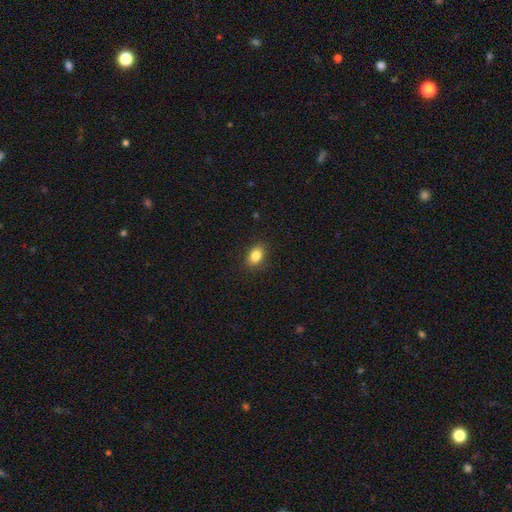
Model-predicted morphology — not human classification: Smooth or featured?
  - smooth: 85% *
  - star or artifact: 9%
  - featured or disk: 6%
How rounded?
  - in between: 78% *
  - round: 20%
  - cigar-shaped: 2%
Merging?
  - none: 87% *
  - minor disturbance: 9%
  - major disturbance: 2%
  - merger: 1%